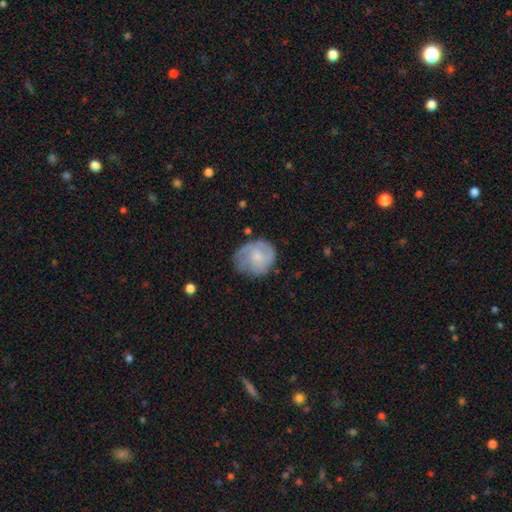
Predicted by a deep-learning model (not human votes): This is possibly a featured or disk galaxy (48%). Merging: likely none (63%).